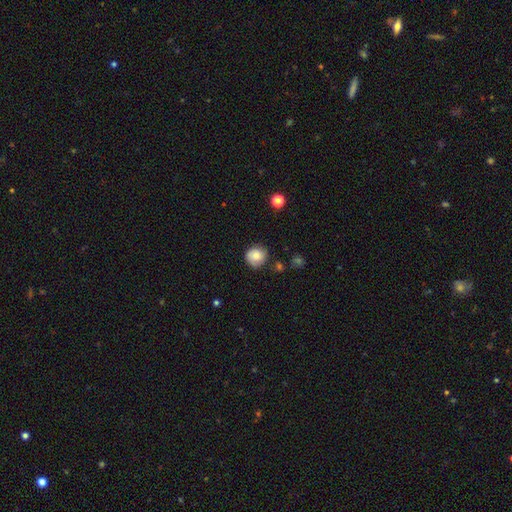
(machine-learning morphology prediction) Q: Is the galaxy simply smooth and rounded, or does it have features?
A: smooth — 77%.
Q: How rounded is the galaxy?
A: round — 89%.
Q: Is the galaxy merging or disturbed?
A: none — 76%.